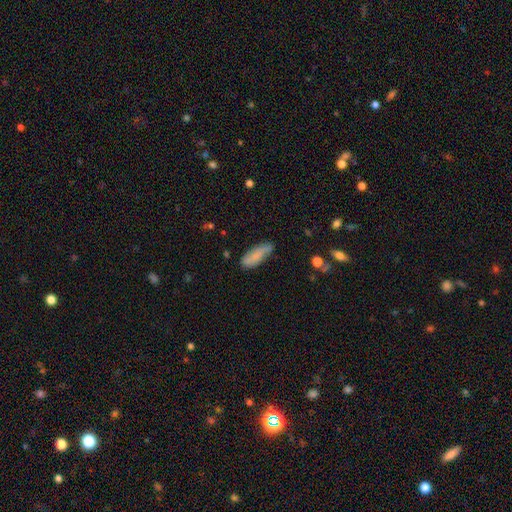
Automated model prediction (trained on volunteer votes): smooth_or_featured: smooth (p=0.73) [alt: featured or disk p=0.20]
how_rounded: in between (p=0.60) [alt: cigar-shaped p=0.38]
merging: none (p=0.63) [alt: minor disturbance p=0.28]